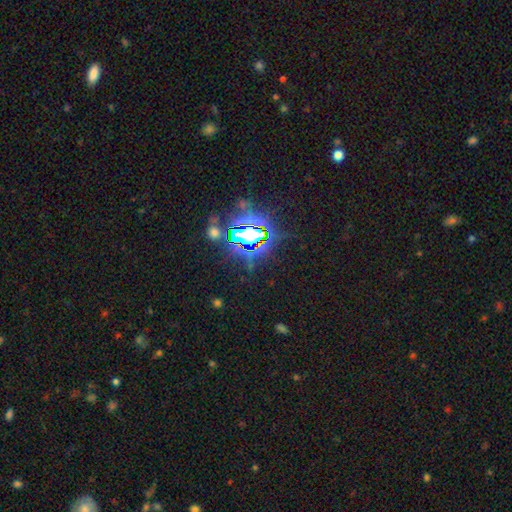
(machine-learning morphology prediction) This is clearly a star or artifact rather than a galaxy (84%).